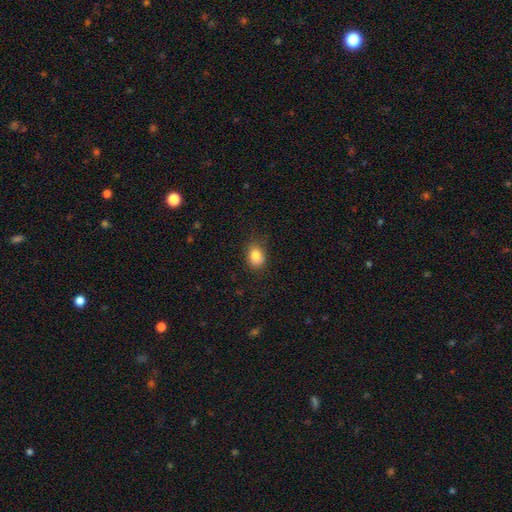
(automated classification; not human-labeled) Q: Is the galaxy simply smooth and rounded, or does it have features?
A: smooth — 83%.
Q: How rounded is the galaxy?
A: in between — 59%.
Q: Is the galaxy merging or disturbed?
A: none — 75%.